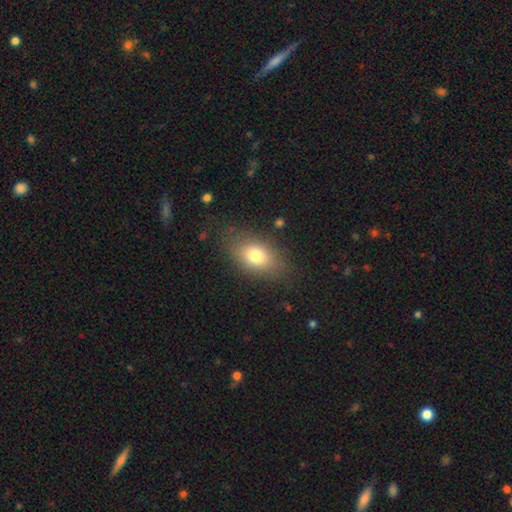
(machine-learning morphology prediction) Smooth or featured: smooth — 76% (featured or disk — 14%)
How rounded: in between — 82% (round — 16%)
Merging: none — 77% (minor disturbance — 15%)